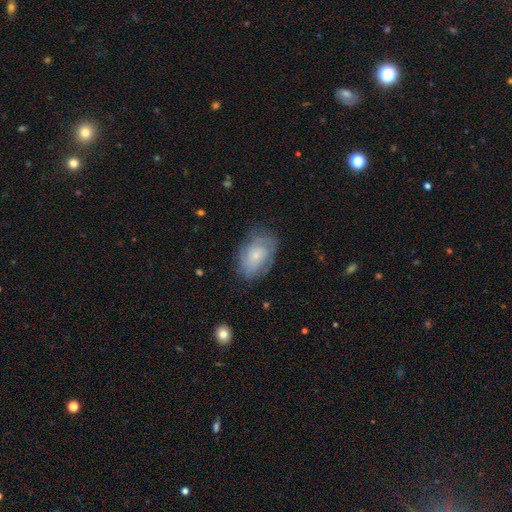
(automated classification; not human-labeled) smooth_or_featured: featured or disk (p=0.46) [tied with: smooth p=0.46]
merging: none (p=0.66) [alt: minor disturbance p=0.23]